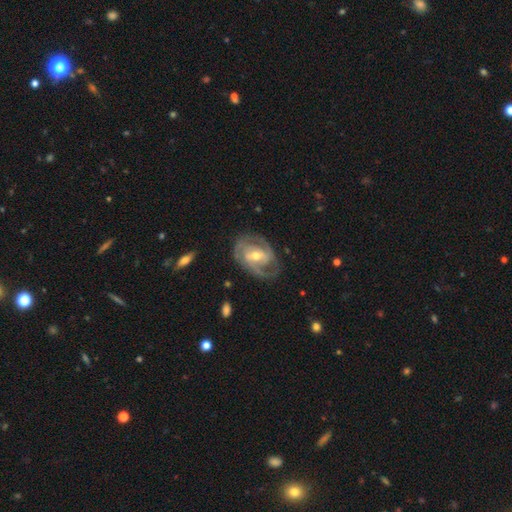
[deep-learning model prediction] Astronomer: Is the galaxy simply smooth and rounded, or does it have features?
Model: featured or disk — 86%.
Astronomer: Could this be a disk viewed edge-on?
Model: no — 97%.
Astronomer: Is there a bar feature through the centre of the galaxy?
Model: weak — 45% (runner-up: no, 28%).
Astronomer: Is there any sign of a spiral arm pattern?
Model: yes — 92%.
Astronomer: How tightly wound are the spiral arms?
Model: tight — 47% (runner-up: medium, 42%).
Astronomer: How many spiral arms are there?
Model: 2 — 56%.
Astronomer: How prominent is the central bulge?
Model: moderate — 60% (runner-up: small, 35%).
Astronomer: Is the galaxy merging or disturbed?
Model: none — 70%.